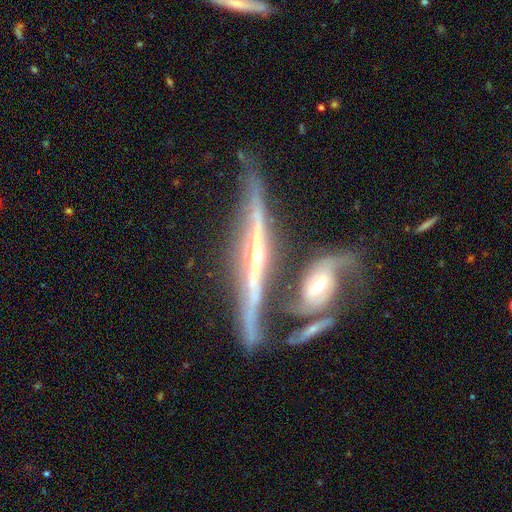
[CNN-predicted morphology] featured or disk 87%, smooth 8%, star or artifact 5%. Down the decision tree: edge-on disk — yes (91%); edge-on bulge — rounded (79%); merging — none (51%).